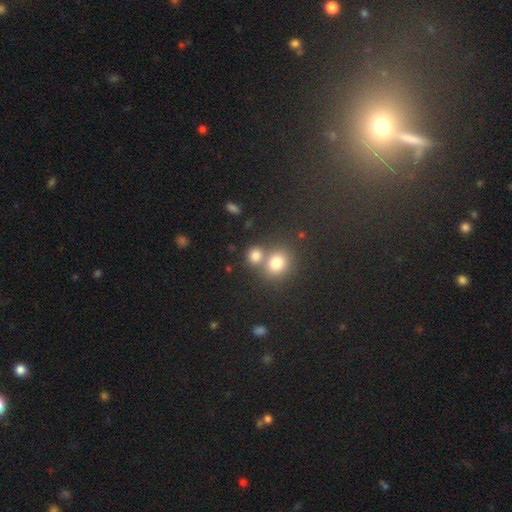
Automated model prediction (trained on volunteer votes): The model was most divided on "merging": none: 52%, merger: 37%, minor disturbance: 8%, major disturbance: 4%. More confident: smooth or featured — smooth (78%); how rounded — round (76%).